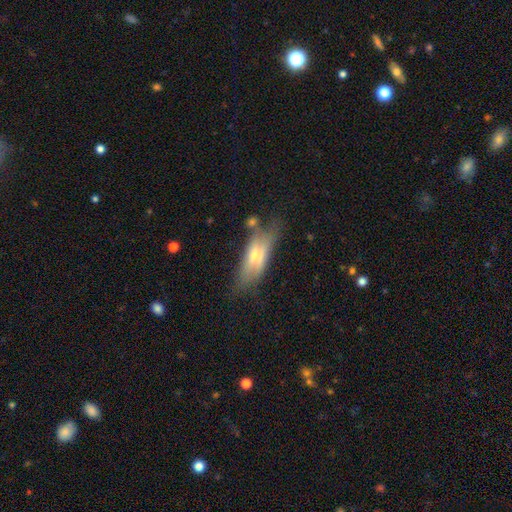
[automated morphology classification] smooth 49%, featured or disk 43%, star or artifact 8%. Down the decision tree: merging — none (55%).